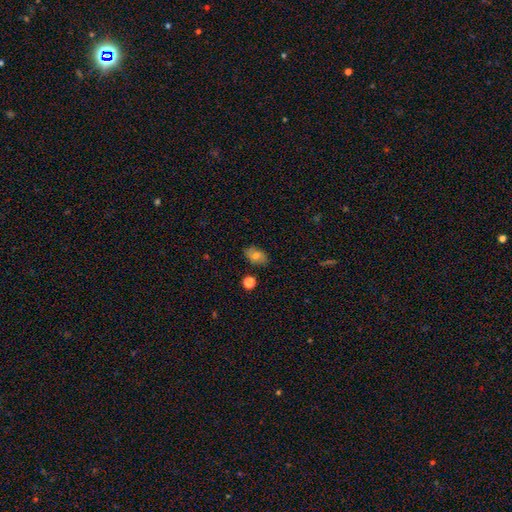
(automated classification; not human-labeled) Q: Smooth or featured?
A: smooth (63%); runner-up: featured or disk (26%)
Q: How rounded?
A: in between (81%); runner-up: round (17%)
Q: Merging?
A: none (79%); runner-up: minor disturbance (15%)